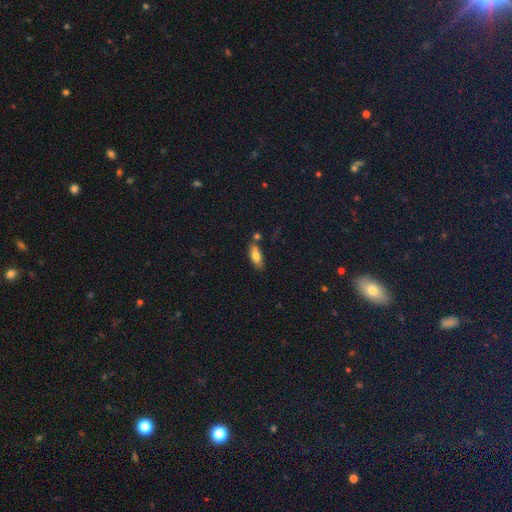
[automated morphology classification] Q: Smooth or featured?
A: smooth (74%); runner-up: featured or disk (18%)
Q: How rounded?
A: in between (77%); runner-up: cigar-shaped (21%)
Q: Merging?
A: none (73%); runner-up: minor disturbance (14%)